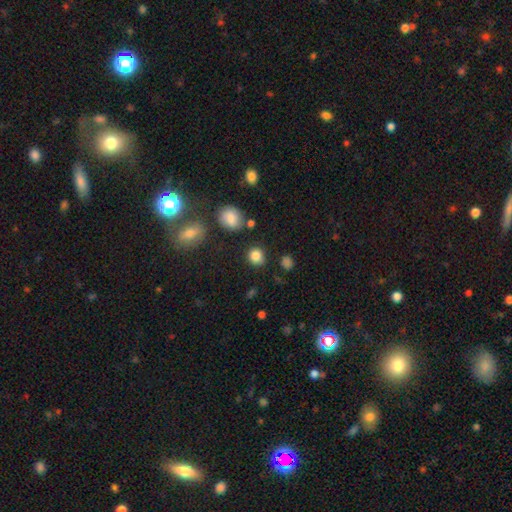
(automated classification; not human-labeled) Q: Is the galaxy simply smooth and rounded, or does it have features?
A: smooth — 84%.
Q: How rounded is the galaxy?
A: round — 82%.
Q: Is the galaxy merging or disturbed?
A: none — 81%.